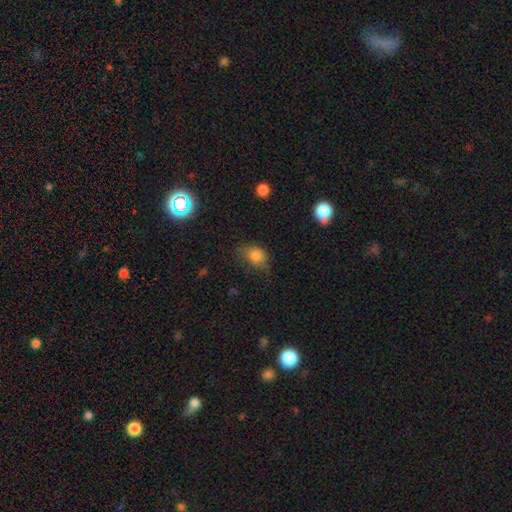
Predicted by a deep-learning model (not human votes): smooth-or-featured: smooth: 78% | featured or disk: 11% | star or artifact: 11%
  how-rounded: in between: 61% | round: 37% | cigar-shaped: 2%
  merging: none: 45% | minor disturbance: 36% | major disturbance: 18% | merger: 2%